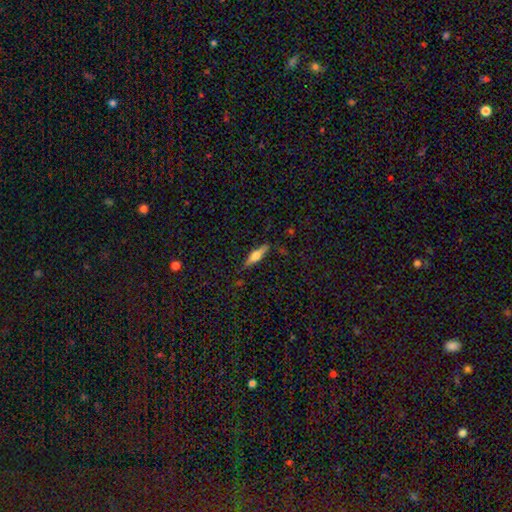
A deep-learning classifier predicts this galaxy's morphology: Overall: featured or disk (53%; smooth 40%). Edge-on disk: yes (95%). Edge-on bulge: rounded (88%). Merging: none (84%).